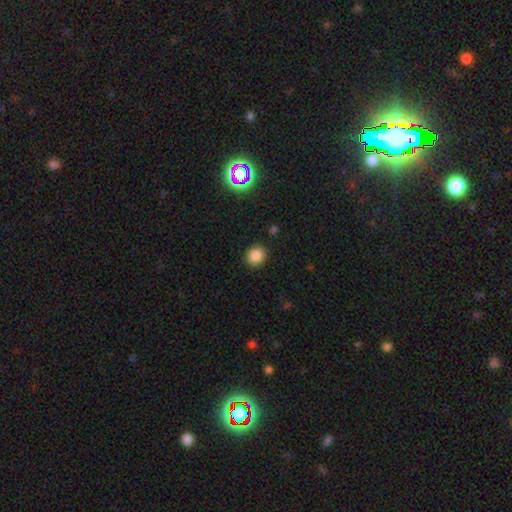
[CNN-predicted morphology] smooth 85%, star or artifact 11%, featured or disk 4%. Down the decision tree: how rounded — round (77%); merging — none (90%).